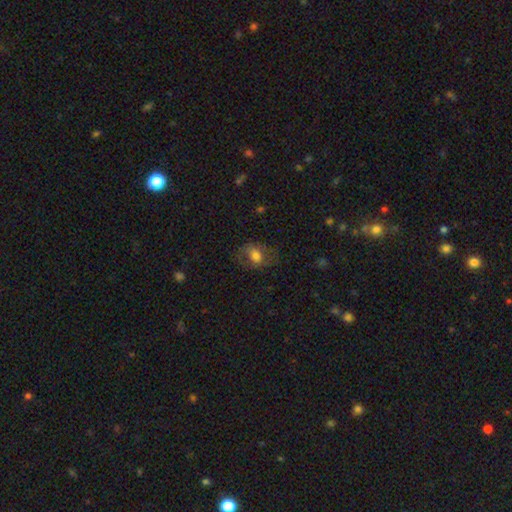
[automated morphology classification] The model was most divided on "smooth or featured": smooth: 59%, featured or disk: 31%, star or artifact: 10%. More confident: how rounded — in between (64%); merging — none (61%).